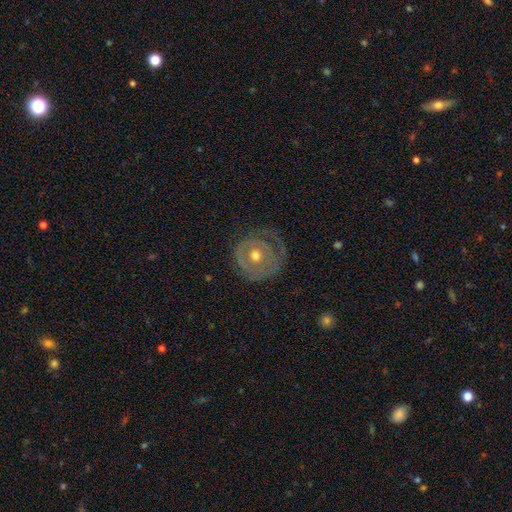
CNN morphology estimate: Overall: featured or disk (68%). Edge-on disk: no (97%). Bar: no (82%). Spiral arms: yes (51%; no 49%). Bulge size: moderate (74%). Merging: none (62%).